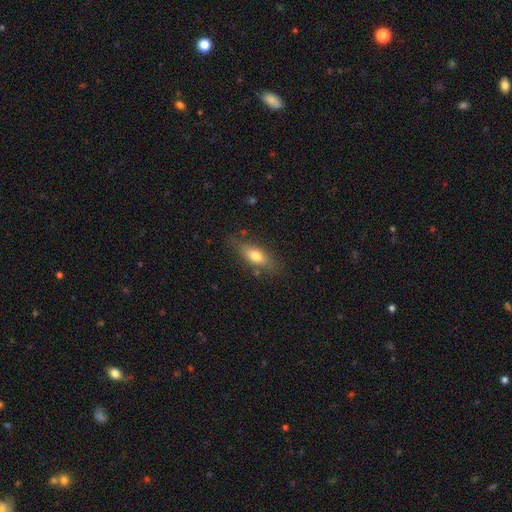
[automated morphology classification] Smooth or featured?
  - smooth: 67% *
  - featured or disk: 25%
  - star or artifact: 7%
How rounded?
  - in between: 67% *
  - cigar-shaped: 29%
  - round: 4%
Merging?
  - none: 75% *
  - minor disturbance: 18%
  - major disturbance: 5%
  - merger: 3%